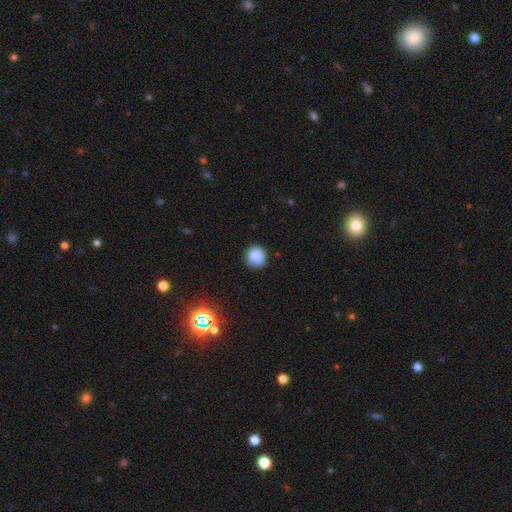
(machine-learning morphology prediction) Smooth or featured? smooth (83%)
How rounded? round (89%)
Merging? none (76%)